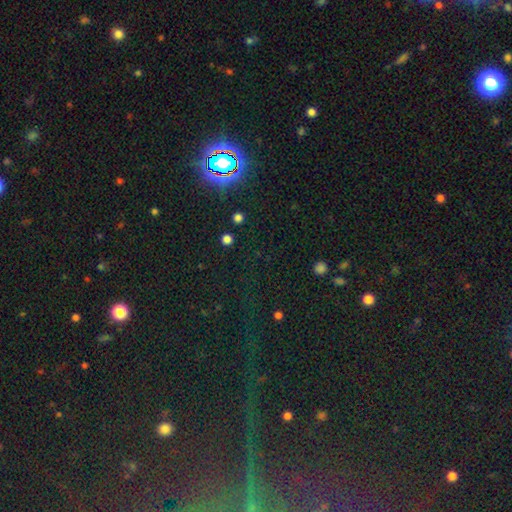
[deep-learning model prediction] The model was most divided on "smooth or featured": star or artifact: 82%, smooth: 11%, featured or disk: 7%.